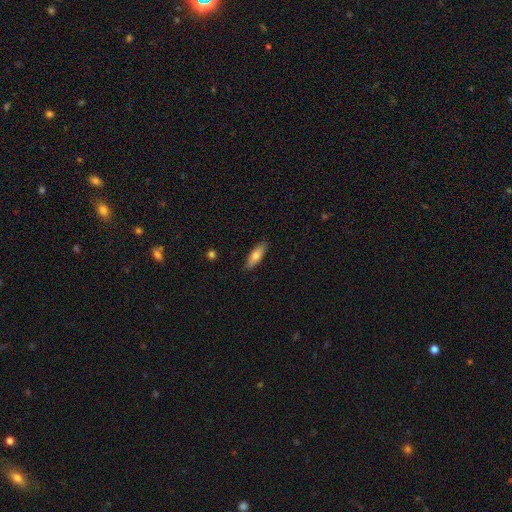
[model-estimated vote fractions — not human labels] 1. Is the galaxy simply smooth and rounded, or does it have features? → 74% smooth, 20% featured or disk, 6% star or artifact.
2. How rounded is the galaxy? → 50% in between, 48% cigar-shaped, 2% round.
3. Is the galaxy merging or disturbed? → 88% none, 9% minor disturbance, 2% major disturbance, 1% merger.